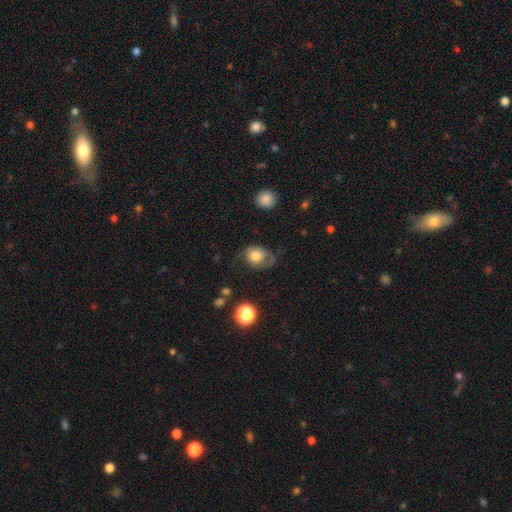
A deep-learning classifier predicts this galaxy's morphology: Q: Smooth or featured?
A: smooth (57%); runner-up: featured or disk (35%)
Q: How rounded?
A: round (55%); runner-up: in between (44%)
Q: Merging?
A: none (45%); runner-up: minor disturbance (28%)